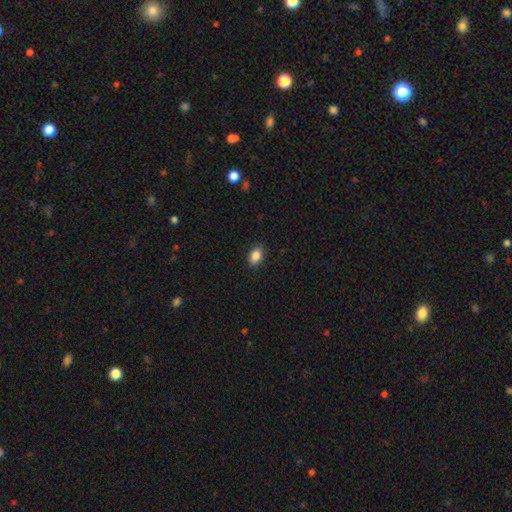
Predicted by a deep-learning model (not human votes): A smooth galaxy with no disk features (88%) that is in between round and cigar-shaped (85%). Merging: none (88%).